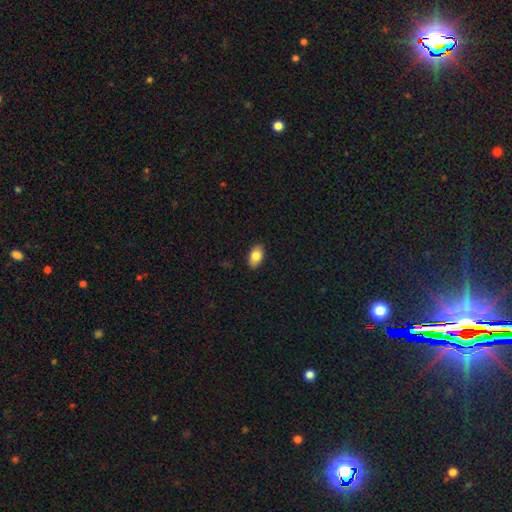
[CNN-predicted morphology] Q: Smooth or featured?
A: smooth (84%); runner-up: featured or disk (9%)
Q: How rounded?
A: in between (93%); runner-up: round (5%)
Q: Merging?
A: none (89%); runner-up: minor disturbance (8%)